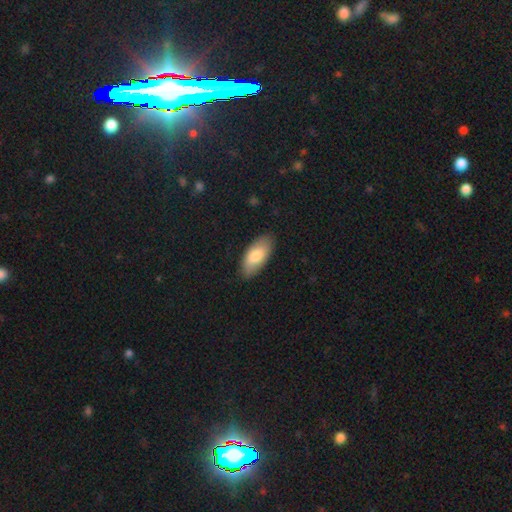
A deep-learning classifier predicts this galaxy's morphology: Smooth or featured?
  - smooth: 80% *
  - featured or disk: 14%
  - star or artifact: 5%
How rounded?
  - in between: 90% *
  - cigar-shaped: 8%
  - round: 2%
Merging?
  - none: 84% *
  - minor disturbance: 12%
  - major disturbance: 2%
  - merger: 1%